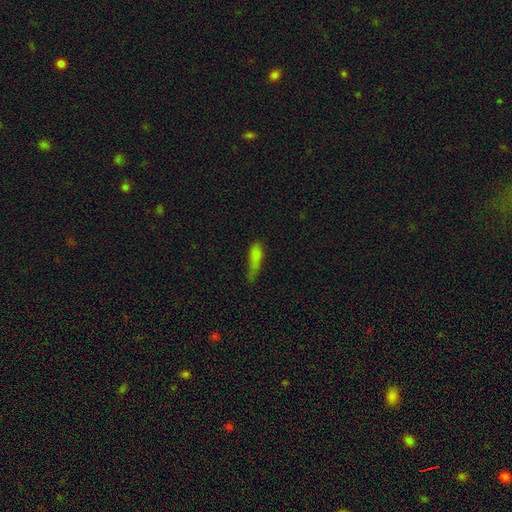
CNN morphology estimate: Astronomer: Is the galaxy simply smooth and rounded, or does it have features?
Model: smooth — 76%.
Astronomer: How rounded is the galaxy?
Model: cigar-shaped — 50% (runner-up: in between, 46%).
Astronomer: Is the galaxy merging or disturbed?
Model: minor disturbance — 37% (runner-up: none, 35%).